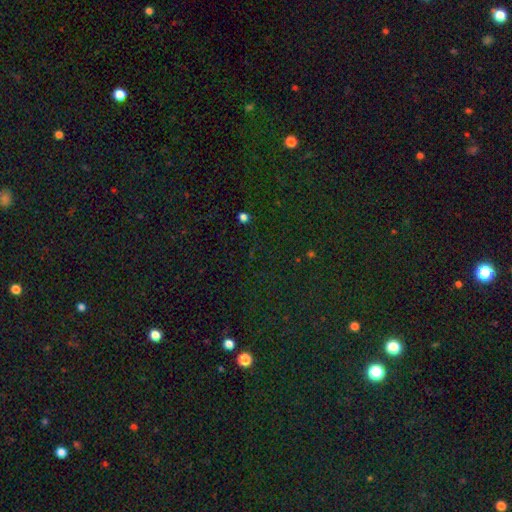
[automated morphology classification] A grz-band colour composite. It shows a star or artifact, not a galaxy (75%).